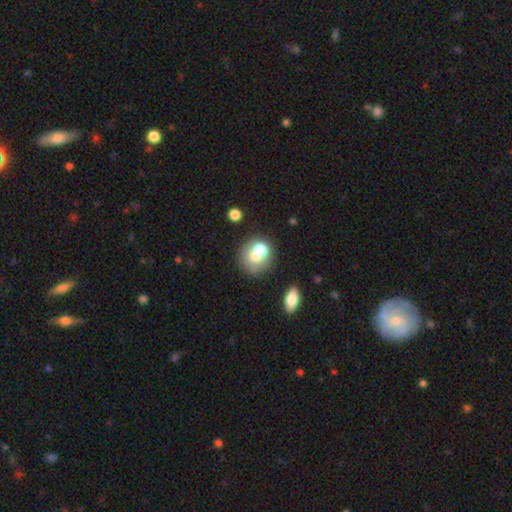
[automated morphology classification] type=smooth (65%); roundness=round (71%); merging=merger (48%).